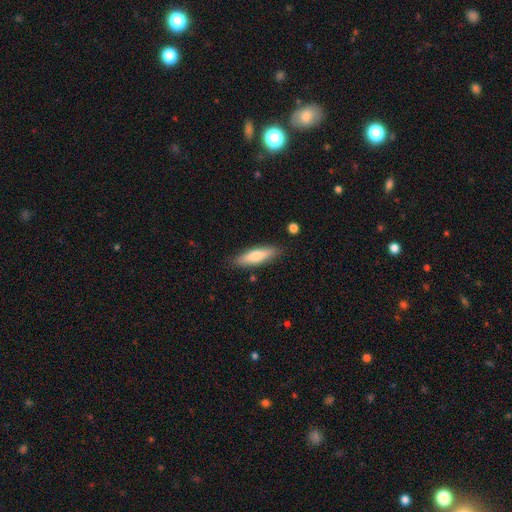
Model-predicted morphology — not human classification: Q: Smooth or featured?
A: smooth (67%); runner-up: featured or disk (28%)
Q: How rounded?
A: cigar-shaped (66%); runner-up: in between (32%)
Q: Merging?
A: none (86%); runner-up: minor disturbance (10%)